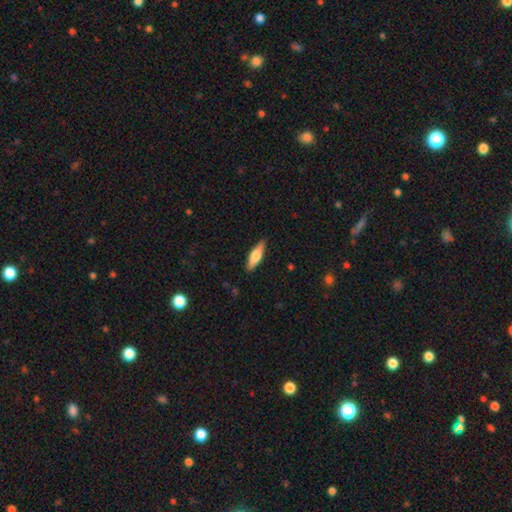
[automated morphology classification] smooth-or-featured: smooth: 56% | featured or disk: 38% | star or artifact: 6%
  how-rounded: cigar-shaped: 56% | in between: 42% | round: 2%
  merging: none: 87% | minor disturbance: 10% | major disturbance: 2% | merger: 1%